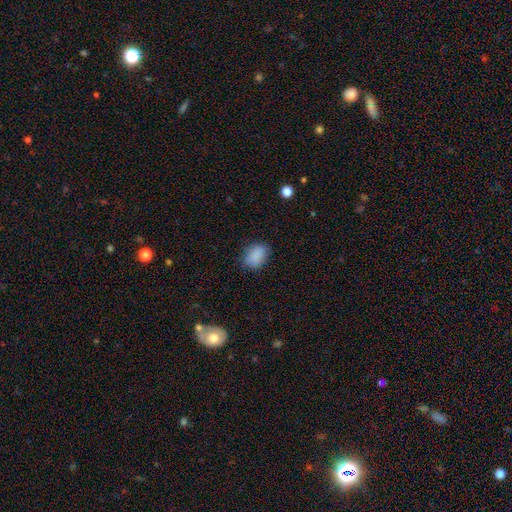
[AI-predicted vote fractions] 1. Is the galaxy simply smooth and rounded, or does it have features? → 87% smooth, 9% star or artifact, 5% featured or disk.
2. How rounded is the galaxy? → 78% in between, 21% round, 1% cigar-shaped.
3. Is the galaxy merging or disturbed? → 77% none, 18% minor disturbance, 4% major disturbance, 1% merger.